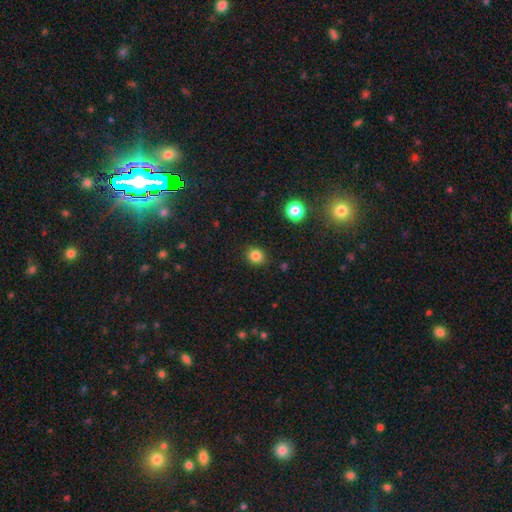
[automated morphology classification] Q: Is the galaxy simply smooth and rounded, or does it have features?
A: smooth — 84%.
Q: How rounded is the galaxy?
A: round — 75%.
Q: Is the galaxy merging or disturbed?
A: none — 88%.